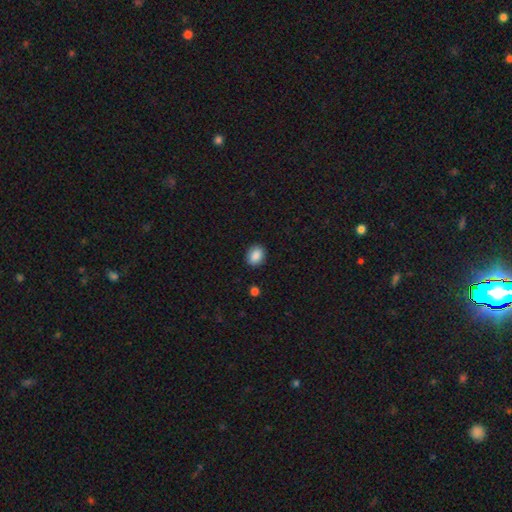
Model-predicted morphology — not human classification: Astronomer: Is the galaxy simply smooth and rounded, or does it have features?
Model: smooth — 88%.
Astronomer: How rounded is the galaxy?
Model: in between — 54% (runner-up: round, 45%).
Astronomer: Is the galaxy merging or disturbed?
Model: none — 90%.